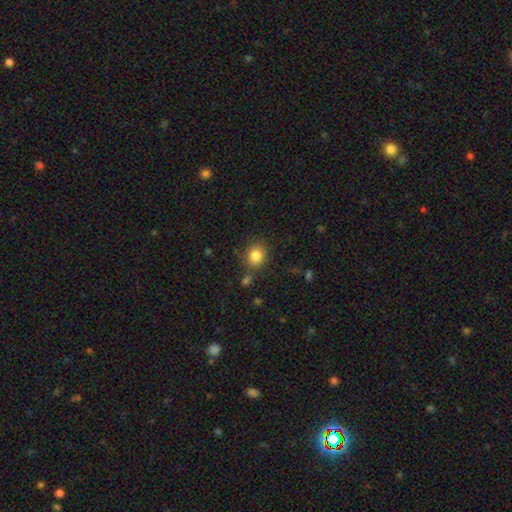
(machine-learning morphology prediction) smooth_or_featured: smooth (p=0.84) [alt: star or artifact p=0.10]
how_rounded: round (p=0.76) [alt: in between p=0.23]
merging: none (p=0.80) [alt: minor disturbance p=0.11]